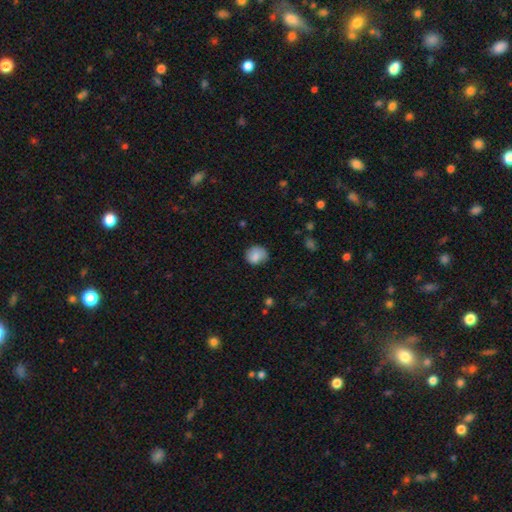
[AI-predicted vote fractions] Smooth or featured?
  - smooth: 82% *
  - featured or disk: 10%
  - star or artifact: 8%
How rounded?
  - round: 73% *
  - in between: 26%
  - cigar-shaped: 1%
Merging?
  - none: 64% *
  - minor disturbance: 28%
  - major disturbance: 7%
  - merger: 2%